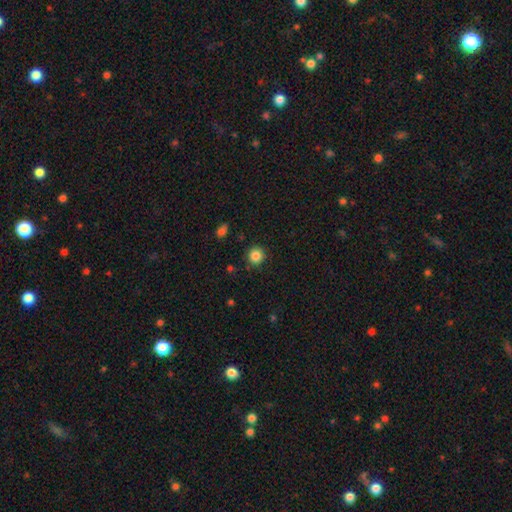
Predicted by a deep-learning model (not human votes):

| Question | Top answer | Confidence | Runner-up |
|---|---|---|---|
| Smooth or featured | smooth | 85% | star or artifact (11%) |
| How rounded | round | 92% | in between (7%) |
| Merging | none | 88% | minor disturbance (8%) |